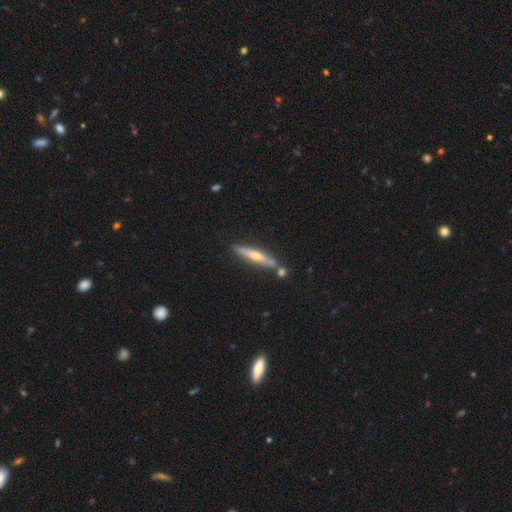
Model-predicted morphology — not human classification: featured or disk 67%, smooth 27%, star or artifact 6%. Down the decision tree: edge-on disk — yes (95%); edge-on bulge — rounded (88%); merging — none (80%).